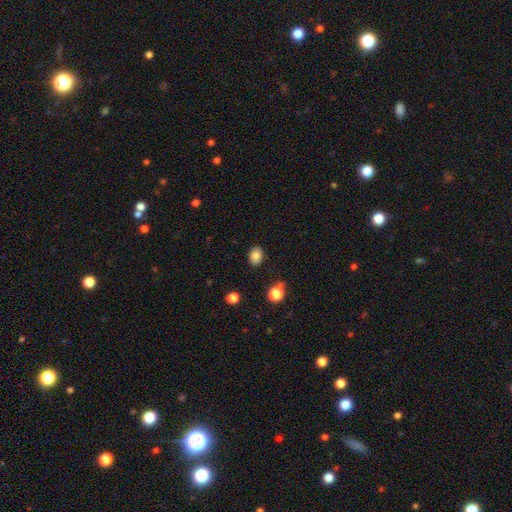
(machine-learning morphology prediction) Smooth or featured? smooth (82%)
How rounded? in between (62%)
Merging? none (84%)